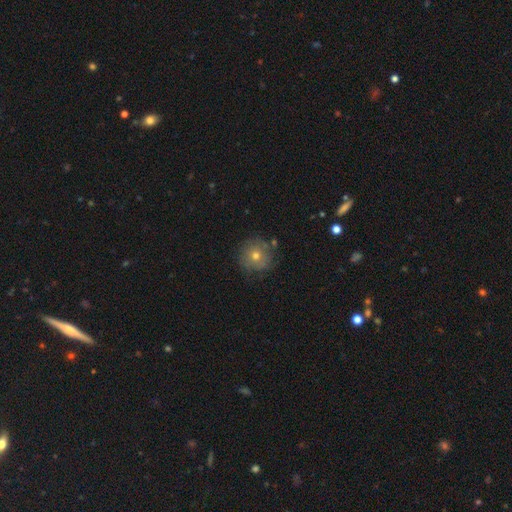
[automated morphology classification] Smooth or featured? Predicted: smooth (p=0.66). How rounded? Predicted: round (p=0.93). Merging? Predicted: none (p=0.77).